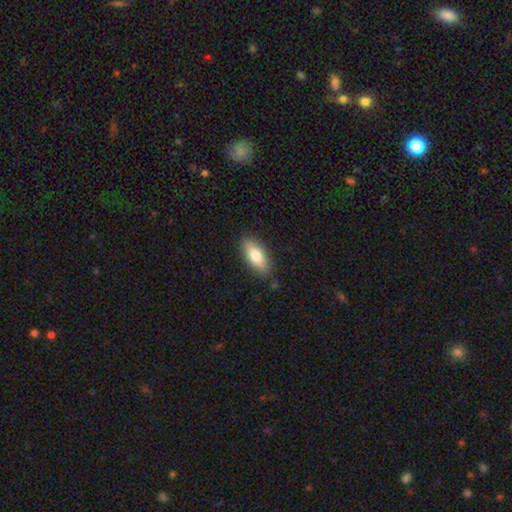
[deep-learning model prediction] smooth-or-featured: smooth: 78% | featured or disk: 16% | star or artifact: 6%
  how-rounded: in between: 79% | cigar-shaped: 19% | round: 2%
  merging: none: 86% | minor disturbance: 10% | major disturbance: 2% | merger: 1%